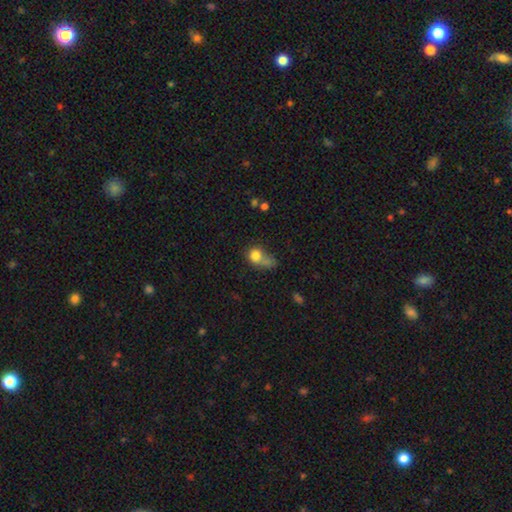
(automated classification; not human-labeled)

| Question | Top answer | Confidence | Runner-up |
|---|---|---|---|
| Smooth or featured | smooth | 77% | star or artifact (12%) |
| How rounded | round | 67% | in between (31%) |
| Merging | merger | 32% | none (29%) |